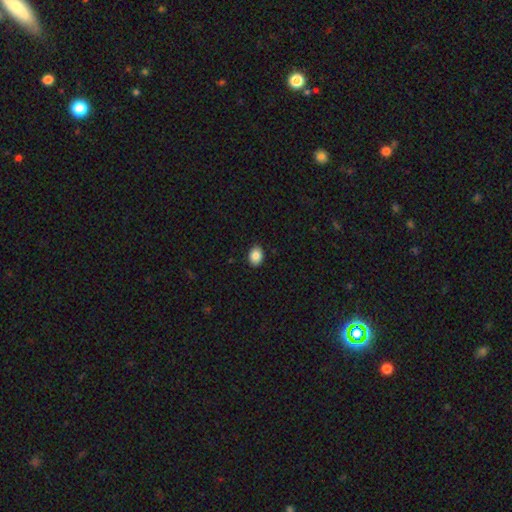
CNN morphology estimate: Smooth or featured? smooth (87%)
How rounded? in between (65%)
Merging? none (90%)